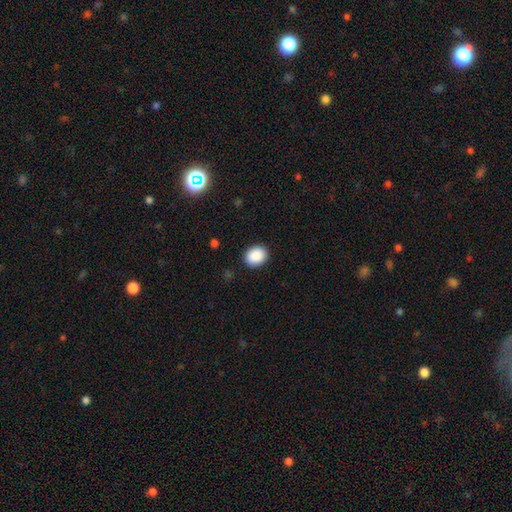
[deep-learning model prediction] Smooth or featured? Predicted: smooth (p=0.89). How rounded? Predicted: round (p=0.54). Merging? Predicted: none (p=0.89).